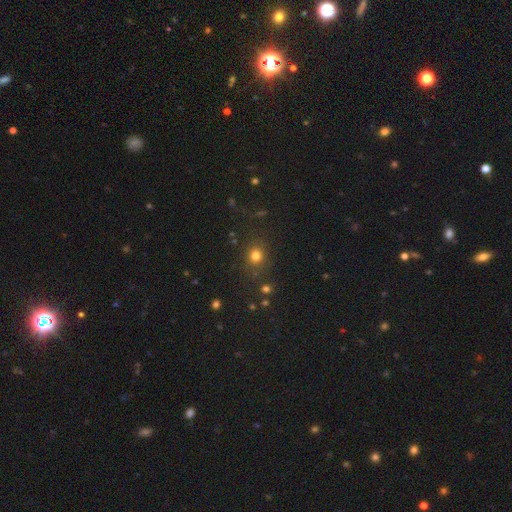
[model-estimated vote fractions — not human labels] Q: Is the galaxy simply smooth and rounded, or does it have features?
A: smooth — 77%.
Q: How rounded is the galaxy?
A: round — 80%.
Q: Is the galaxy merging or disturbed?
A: none — 83%.